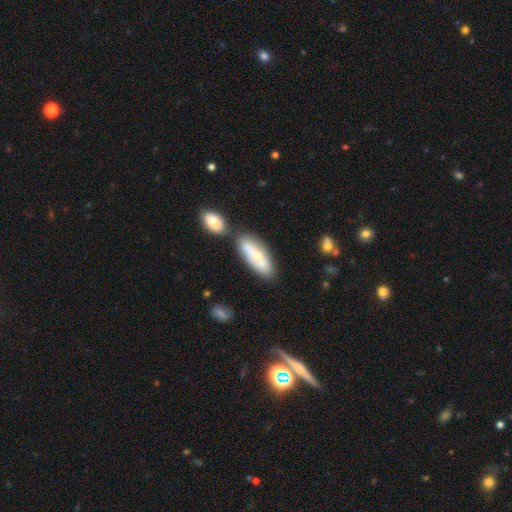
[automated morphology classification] Smooth or featured: smooth — 58% (featured or disk — 35%)
How rounded: in between — 68% (cigar-shaped — 30%)
Merging: none — 54% (merger — 26%)